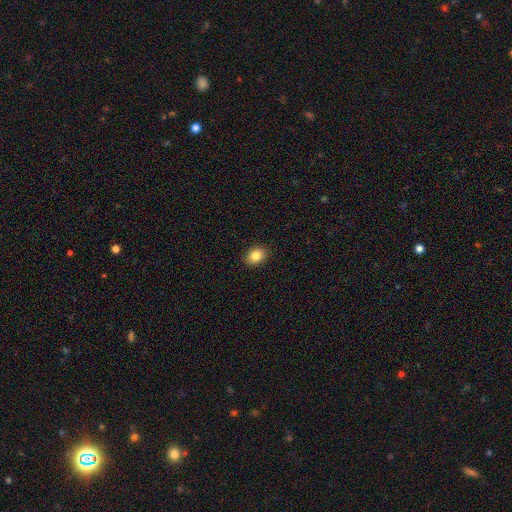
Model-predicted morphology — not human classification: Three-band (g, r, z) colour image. It shows a smooth galaxy with no disk features (86%) that is in between round and cigar-shaped (72%). Merging: none (90%).